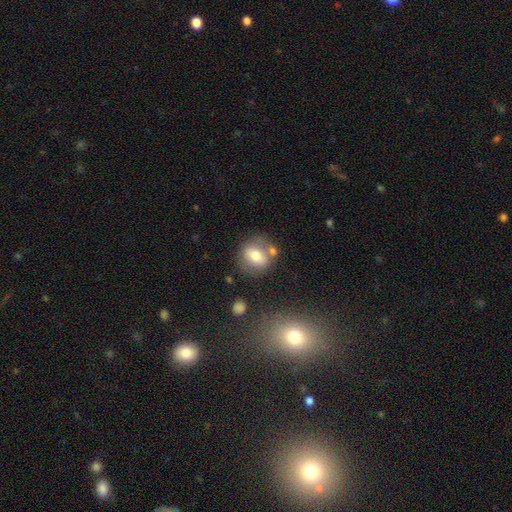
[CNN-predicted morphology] Smooth or featured: smooth — 65% (featured or disk — 26%)
How rounded: round — 67% (in between — 31%)
Merging: none — 62% (merger — 18%)